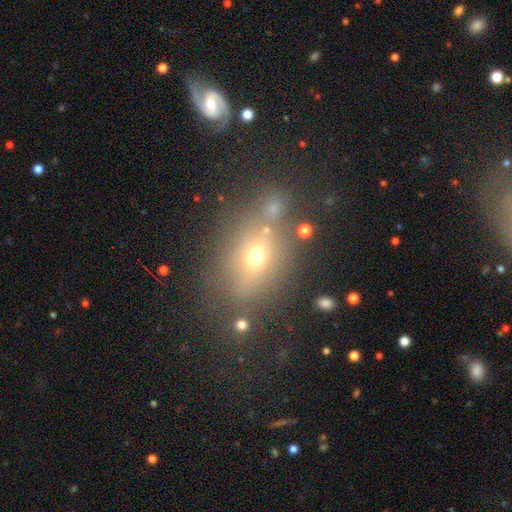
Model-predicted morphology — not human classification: Smooth or featured?
  - smooth: 56% *
  - featured or disk: 24%
  - star or artifact: 21%
How rounded?
  - in between: 61% *
  - round: 34%
  - cigar-shaped: 5%
Merging?
  - none: 65% *
  - minor disturbance: 15%
  - merger: 12%
  - major disturbance: 8%